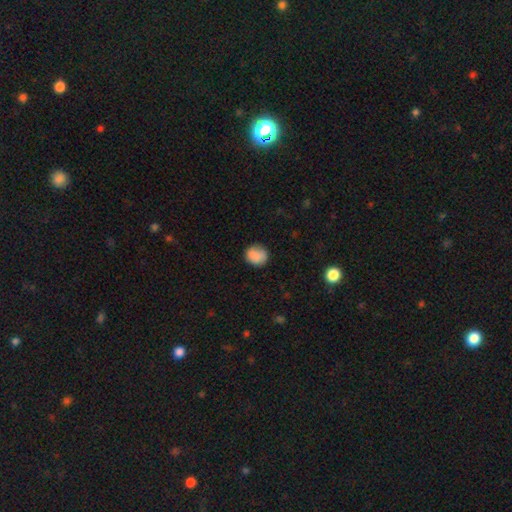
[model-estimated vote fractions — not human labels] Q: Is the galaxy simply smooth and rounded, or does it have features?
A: smooth — 87%.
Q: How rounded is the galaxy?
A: round — 79%.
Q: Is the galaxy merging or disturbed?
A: none — 80%.